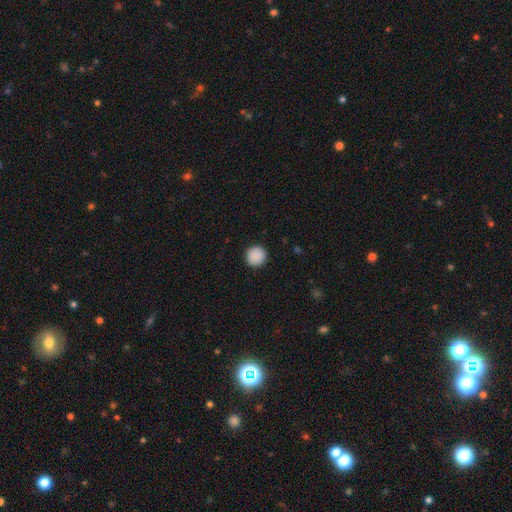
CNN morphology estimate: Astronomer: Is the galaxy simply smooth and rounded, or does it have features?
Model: smooth — 90%.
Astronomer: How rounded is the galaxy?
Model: round — 95%.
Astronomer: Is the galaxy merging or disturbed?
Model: none — 92%.